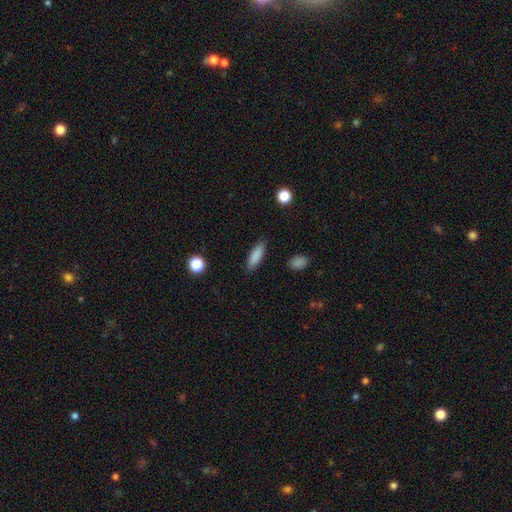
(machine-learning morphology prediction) Smooth or featured?
  - smooth: 86% *
  - star or artifact: 7%
  - featured or disk: 7%
How rounded?
  - in between: 53% *
  - cigar-shaped: 45%
  - round: 2%
Merging?
  - none: 87% *
  - minor disturbance: 9%
  - major disturbance: 2%
  - merger: 1%